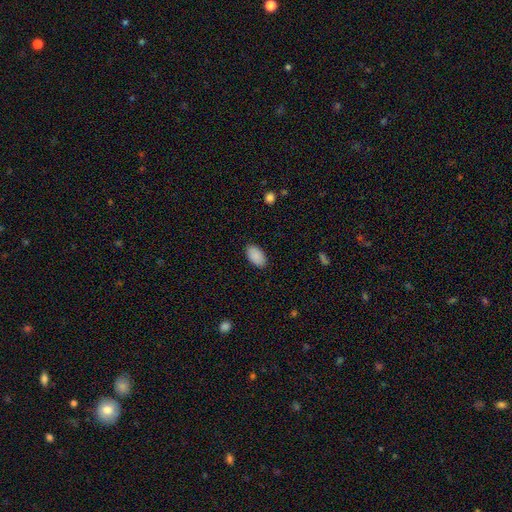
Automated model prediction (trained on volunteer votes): Smooth or featured? Predicted: smooth (p=0.90). How rounded? Predicted: in between (p=0.95). Merging? Predicted: none (p=0.87).